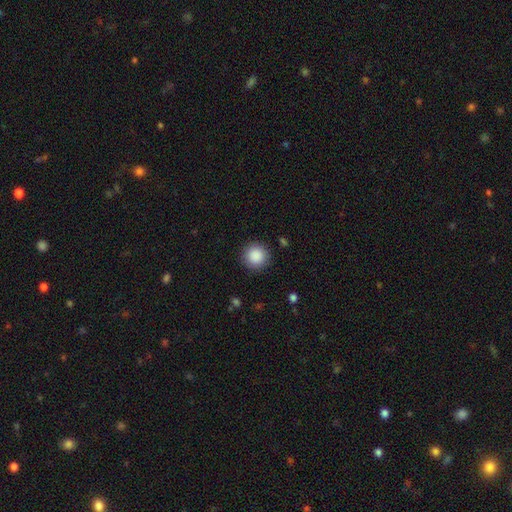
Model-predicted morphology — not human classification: Q: Smooth or featured?
A: smooth (88%); runner-up: star or artifact (8%)
Q: How rounded?
A: round (95%); runner-up: in between (4%)
Q: Merging?
A: none (90%); runner-up: minor disturbance (7%)